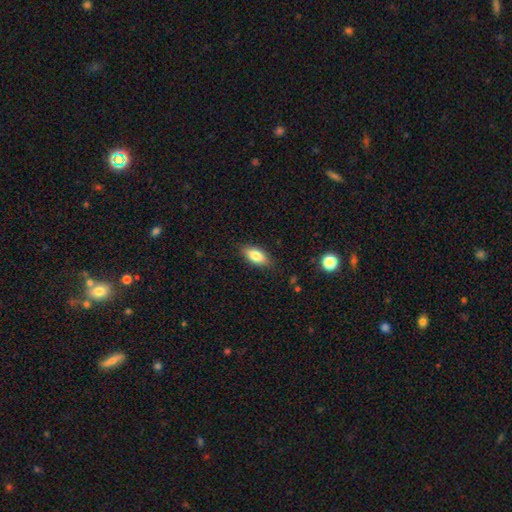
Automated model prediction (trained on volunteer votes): Q: Smooth or featured?
A: smooth (80%); runner-up: featured or disk (12%)
Q: How rounded?
A: in between (86%); runner-up: cigar-shaped (11%)
Q: Merging?
A: none (85%); runner-up: minor disturbance (11%)